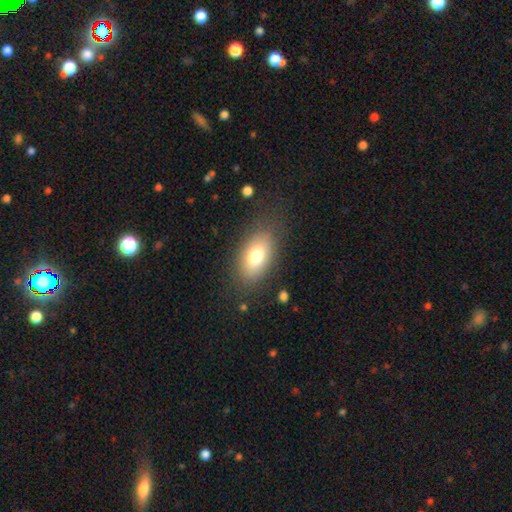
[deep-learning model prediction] Smooth or featured: smooth — 75% (featured or disk — 16%)
How rounded: in between — 88% (round — 9%)
Merging: none — 78% (minor disturbance — 14%)